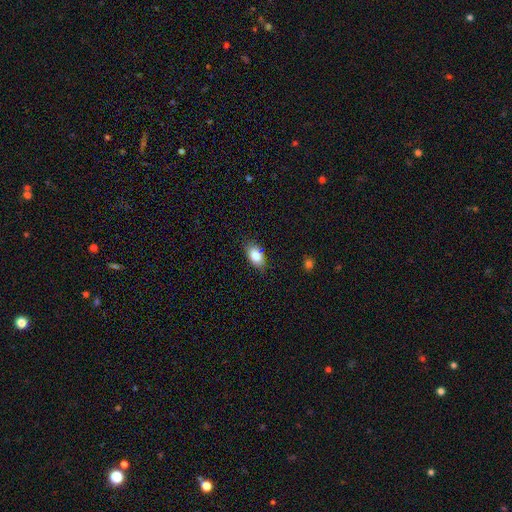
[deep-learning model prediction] Smooth or featured: smooth — 82% (featured or disk — 10%)
How rounded: in between — 88% (round — 9%)
Merging: none — 80% (minor disturbance — 15%)